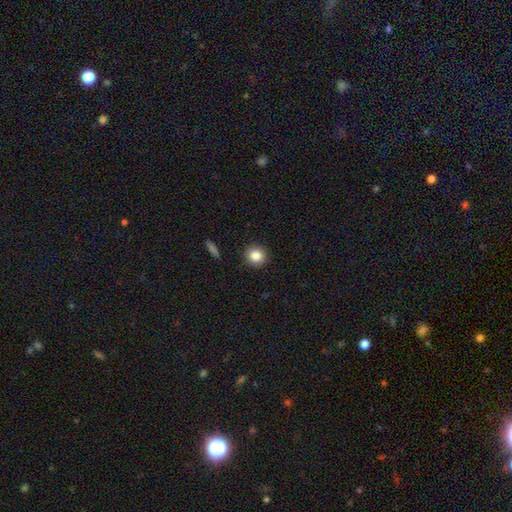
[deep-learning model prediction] This is clearly a smooth galaxy (83%). How rounded: clearly round (90%). Merging: clearly none (92%).